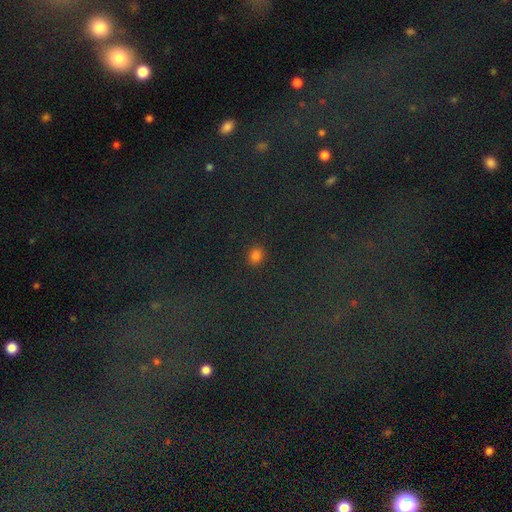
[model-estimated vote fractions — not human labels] Smooth or featured? smooth (78%)
How rounded? round (63%)
Merging? none (89%)